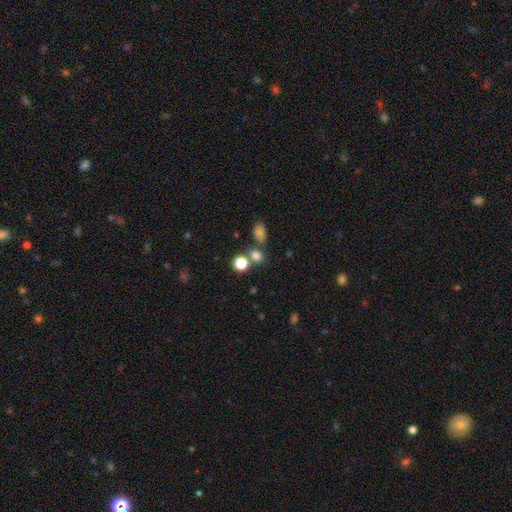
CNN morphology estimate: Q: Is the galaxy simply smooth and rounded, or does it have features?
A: smooth — 75%.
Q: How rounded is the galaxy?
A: round — 71%.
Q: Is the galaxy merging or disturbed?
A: none — 62%.